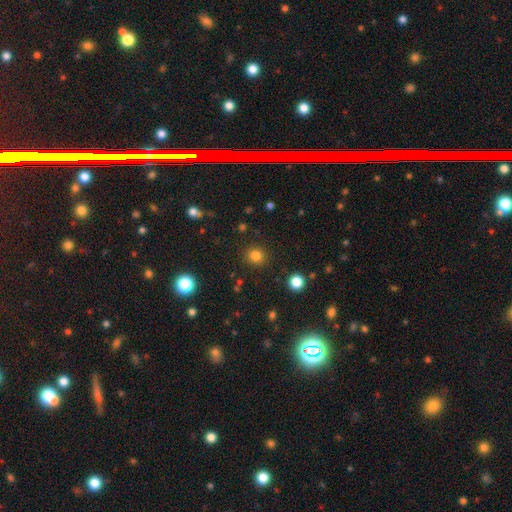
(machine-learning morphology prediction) Q: Smooth or featured?
A: smooth (81%); runner-up: star or artifact (14%)
Q: How rounded?
A: round (88%); runner-up: in between (11%)
Q: Merging?
A: none (89%); runner-up: minor disturbance (7%)